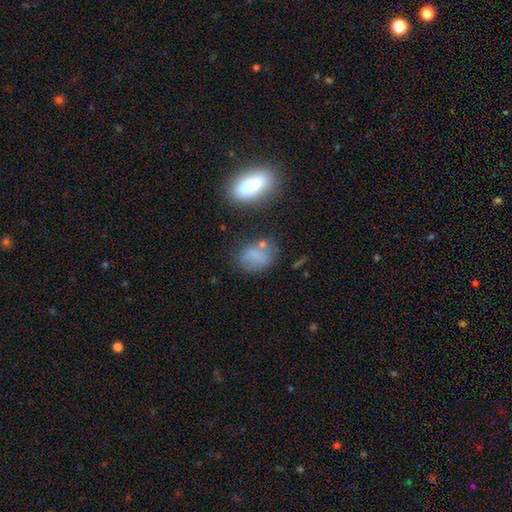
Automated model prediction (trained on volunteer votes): Smooth or featured? smooth (75%)
How rounded? in between (63%)
Merging? none (56%)